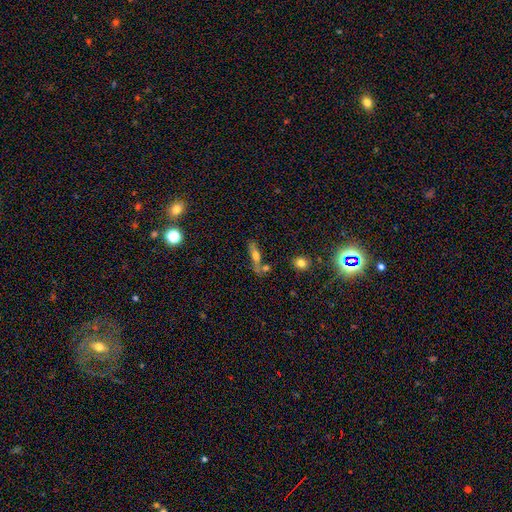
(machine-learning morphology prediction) Smooth or featured? Predicted: smooth (p=0.55). How rounded? Predicted: cigar-shaped (p=0.60). Merging? Predicted: none (p=0.54).